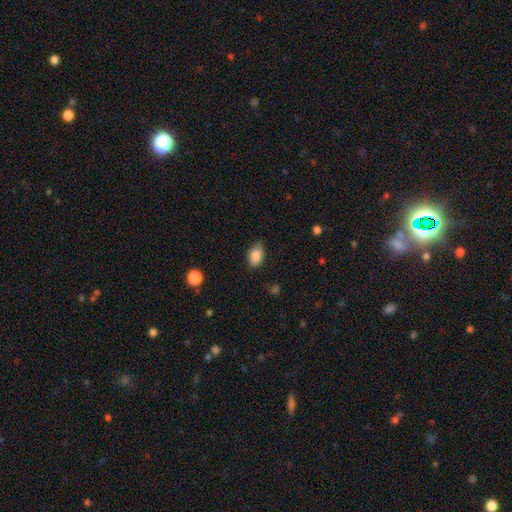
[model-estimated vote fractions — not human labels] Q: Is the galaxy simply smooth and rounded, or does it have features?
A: smooth — 85%.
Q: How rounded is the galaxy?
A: in between — 90%.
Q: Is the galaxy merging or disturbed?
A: none — 83%.